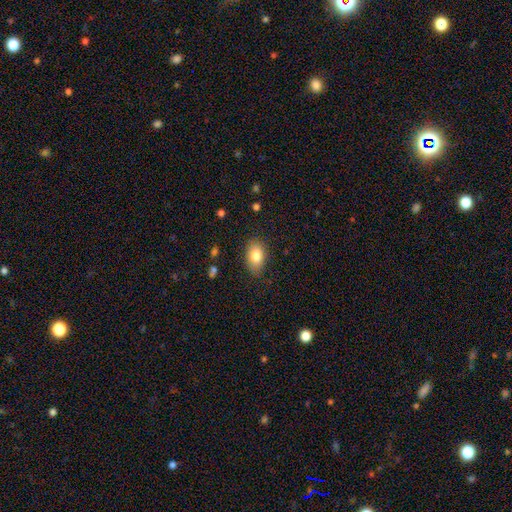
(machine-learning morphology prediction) smooth 82%, featured or disk 10%, star or artifact 8%. Down the decision tree: how rounded — in between (88%); merging — none (83%).